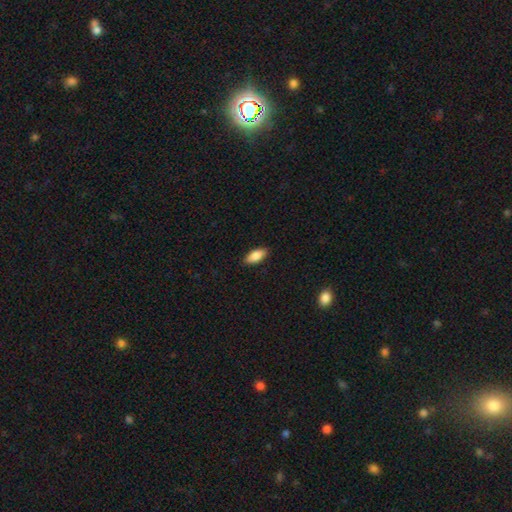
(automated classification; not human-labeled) Overall: smooth (86%). How rounded: in between (85%). Merging: none (88%).